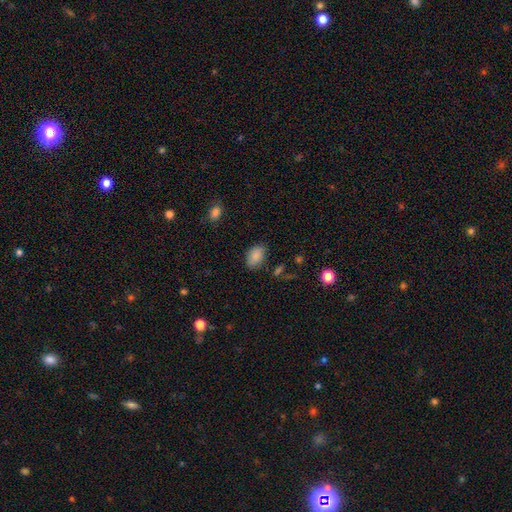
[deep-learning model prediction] smooth 87%, star or artifact 8%, featured or disk 5%. Down the decision tree: how rounded — in between (89%); merging — none (80%).